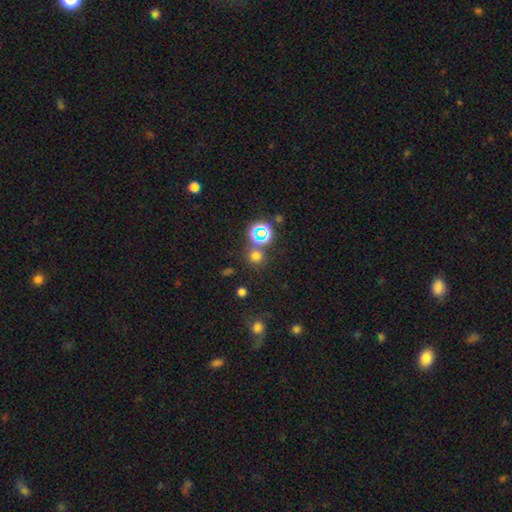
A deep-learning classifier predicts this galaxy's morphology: Smooth or featured? Predicted: smooth (p=0.61). How rounded? Predicted: round (p=0.89). Merging? Predicted: none (p=0.75).